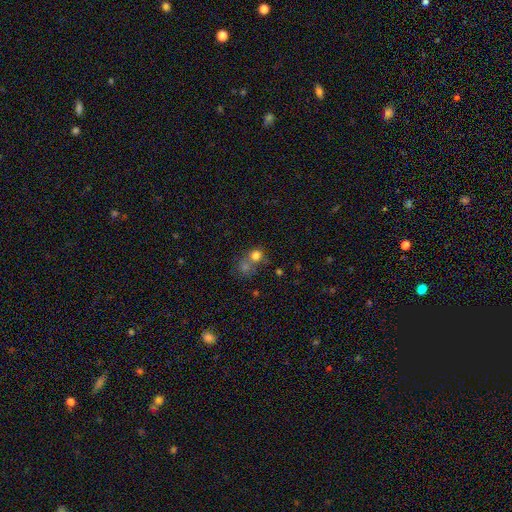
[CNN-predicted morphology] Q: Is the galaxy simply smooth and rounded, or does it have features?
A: smooth — 75%.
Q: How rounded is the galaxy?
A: round — 80%.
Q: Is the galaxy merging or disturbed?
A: none — 44%.